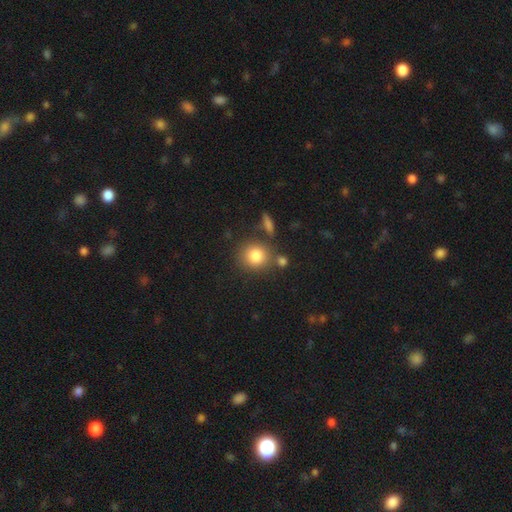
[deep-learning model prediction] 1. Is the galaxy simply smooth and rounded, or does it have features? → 82% smooth, 10% star or artifact, 8% featured or disk.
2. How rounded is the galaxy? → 85% round, 14% in between, 1% cigar-shaped.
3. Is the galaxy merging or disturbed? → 72% none, 13% merger, 11% minor disturbance, 4% major disturbance.